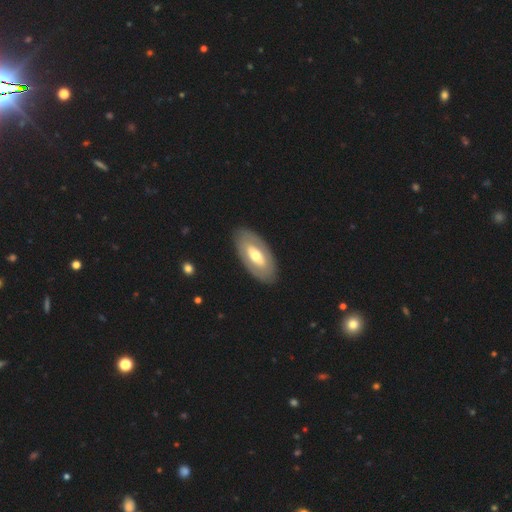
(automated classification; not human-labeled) This is possibly a featured or disk galaxy (53%). It is clearly not viewed edge-on (88%). Merging: clearly none (86%).